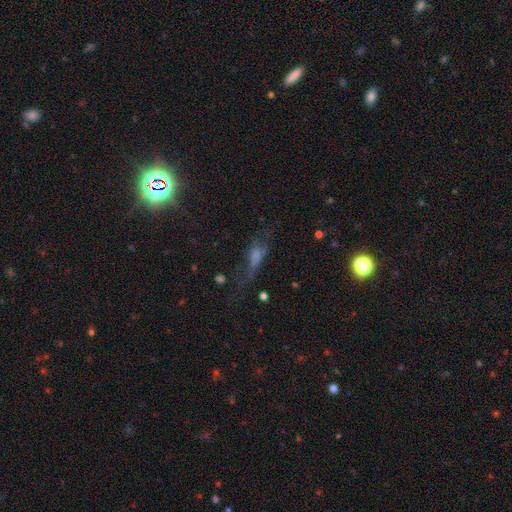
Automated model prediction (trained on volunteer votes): A featured or disk galaxy (36%).

Vote fractions:
- Smooth or featured? featured or disk: 36% / smooth: 34% / star or artifact: 30%
- Merging? none: 45% / major disturbance: 30% / minor disturbance: 20% / merger: 4%